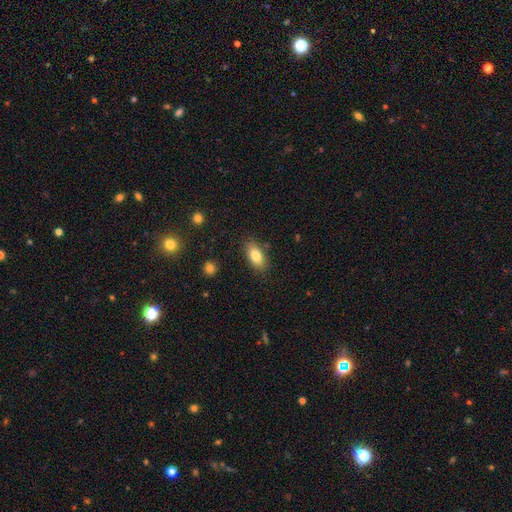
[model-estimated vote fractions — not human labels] smooth-or-featured: smooth: 81% | featured or disk: 12% | star or artifact: 8%
  how-rounded: in between: 88% | cigar-shaped: 7% | round: 5%
  merging: none: 84% | minor disturbance: 12% | major disturbance: 3% | merger: 2%